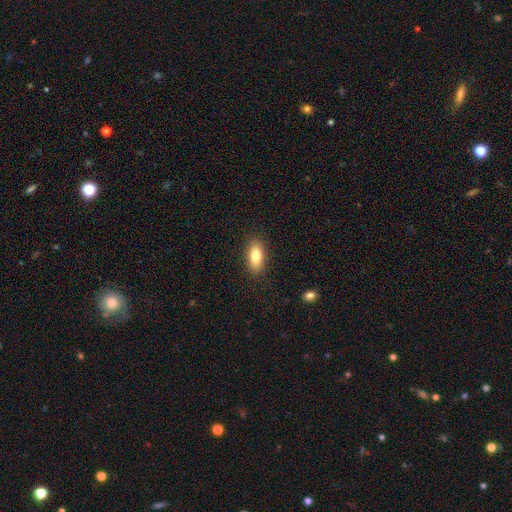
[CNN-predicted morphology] A smooth galaxy with no disk features (81%) that is in between round and cigar-shaped (85%).

Vote fractions:
- Smooth or featured? smooth: 81% / featured or disk: 12% / star or artifact: 7%
- How rounded? in between: 85% / cigar-shaped: 11% / round: 4%
- Merging? none: 88% / minor disturbance: 9% / major disturbance: 2% / merger: 1%